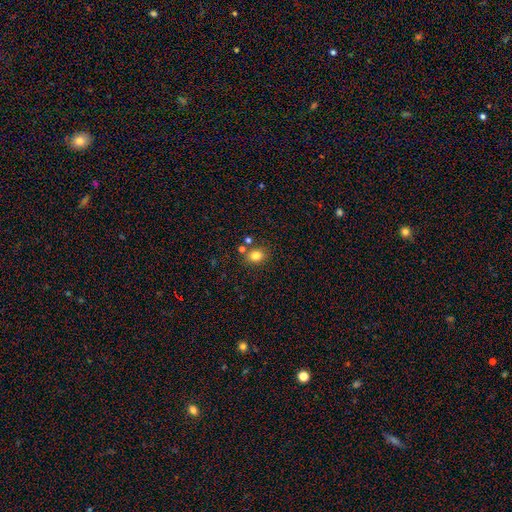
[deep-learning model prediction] This is clearly a smooth galaxy (81%). How rounded: possibly round (50%). Merging: likely none (74%).